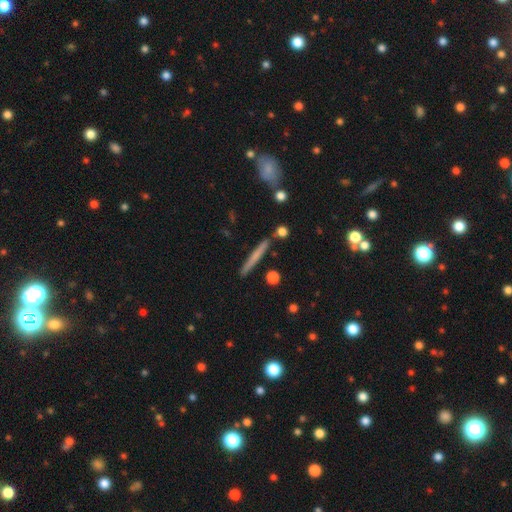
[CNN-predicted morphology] smooth-or-featured: smooth: 56% | featured or disk: 37% | star or artifact: 6%
  how-rounded: cigar-shaped: 95% | in between: 3% | round: 2%
  merging: none: 87% | minor disturbance: 8% | merger: 3% | major disturbance: 2%